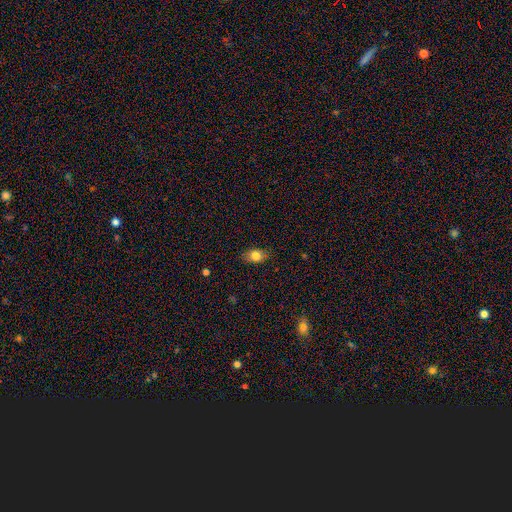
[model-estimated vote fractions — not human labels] smooth 82%, featured or disk 9%, star or artifact 9%. Down the decision tree: how rounded — in between (79%); merging — none (83%).